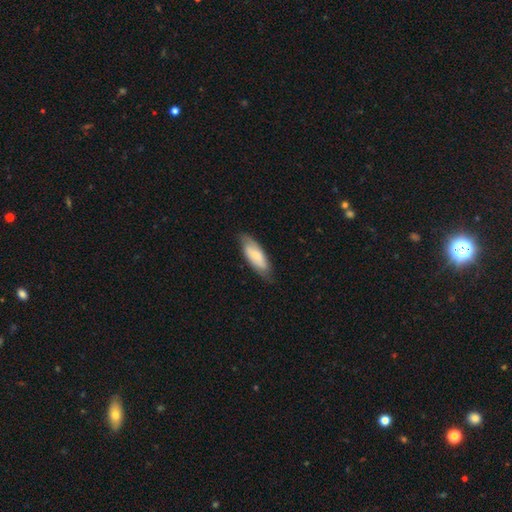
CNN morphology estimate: smooth 65%, featured or disk 29%, star or artifact 6%. Down the decision tree: how rounded — in between (71%); merging — none (73%).